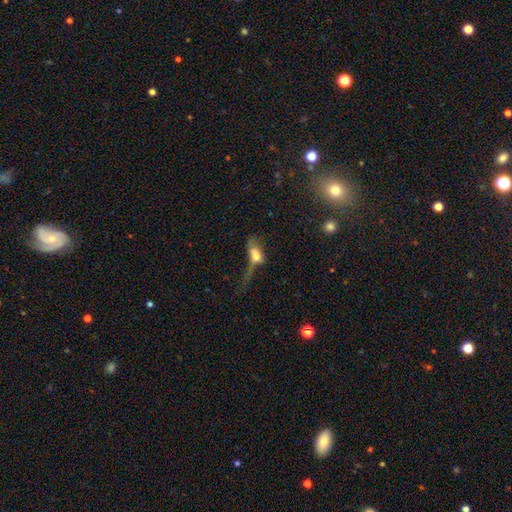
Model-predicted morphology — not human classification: This appears to be a smooth galaxy with no disk features (57%) that is in between round and cigar-shaped (75%). Merging: major disturbance (56%).